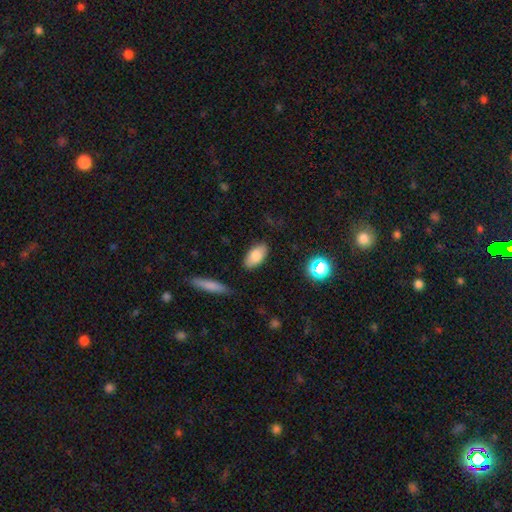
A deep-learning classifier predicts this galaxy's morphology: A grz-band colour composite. It shows a smooth galaxy with no disk features (81%) that is in between round and cigar-shaped (92%). Merging: none (84%).